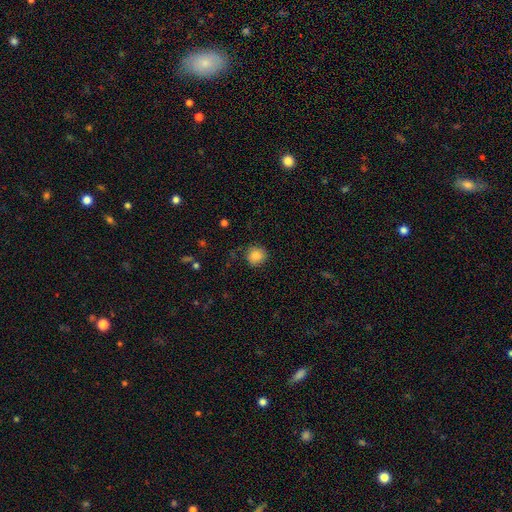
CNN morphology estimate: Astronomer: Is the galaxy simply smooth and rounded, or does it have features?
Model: smooth — 85%.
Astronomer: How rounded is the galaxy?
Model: round — 87%.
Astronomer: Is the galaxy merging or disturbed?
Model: none — 82%.